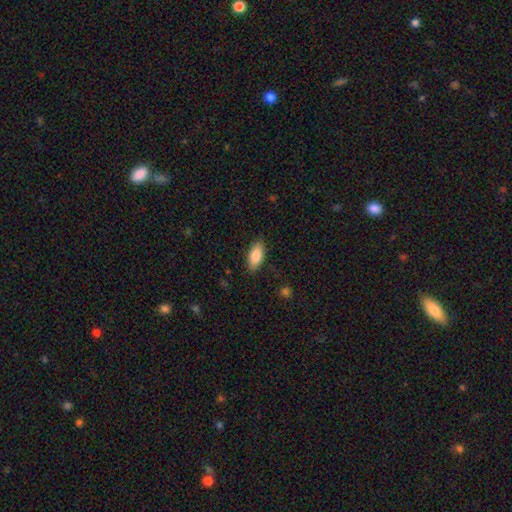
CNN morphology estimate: A smooth galaxy with no disk features (85%) that is in between round and cigar-shaped (87%). Merging: none (86%).